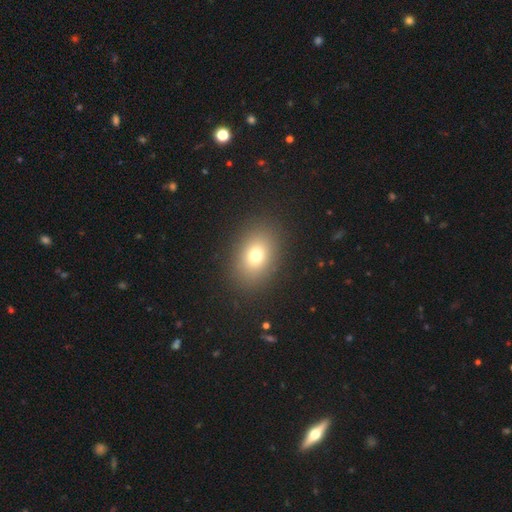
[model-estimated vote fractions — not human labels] Overall: smooth (75%). How rounded: in between (70%). Merging: none (88%).